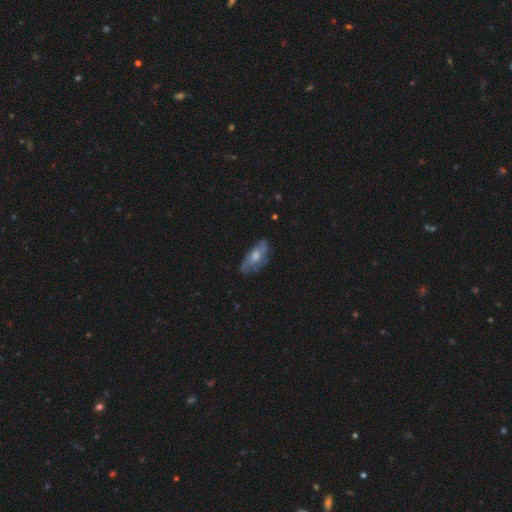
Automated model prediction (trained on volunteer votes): featured or disk 52%, smooth 37%, star or artifact 10%. Down the decision tree: edge-on disk — no (81%); merging — none (68%).